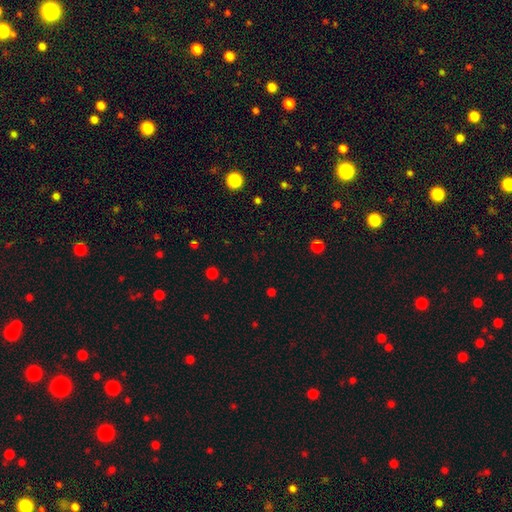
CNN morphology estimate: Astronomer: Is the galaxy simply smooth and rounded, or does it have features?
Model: star or artifact — 59% (runner-up: smooth, 34%).